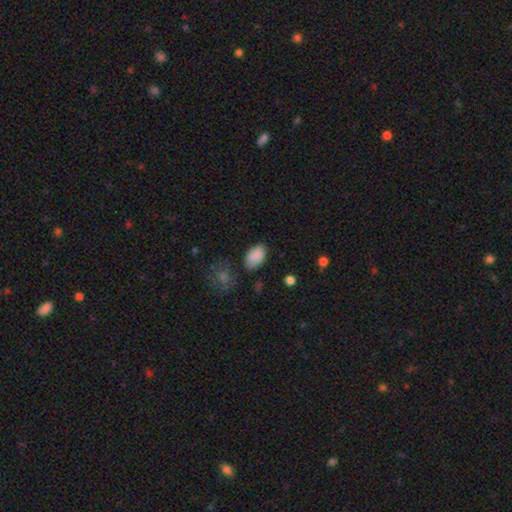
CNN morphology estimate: type=smooth (87%); roundness=in between (92%); merging=none (77%).